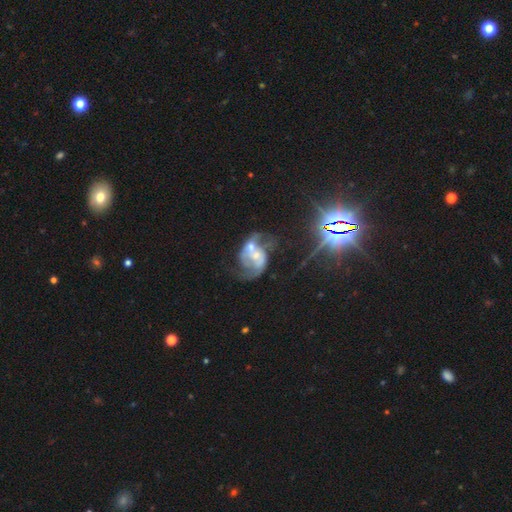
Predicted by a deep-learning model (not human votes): Smooth or featured? featured or disk (77%)
Edge-on disk? no (98%)
Bar? no (64%)
Spiral arms? yes (82%)
Spiral winding? loose (44%)
Spiral arm count? 2 (76%)
Bulge size? moderate (41%, tied with small)
Merging? merger (49%)